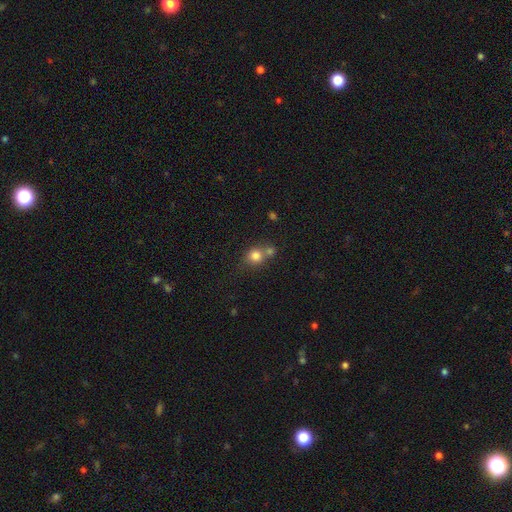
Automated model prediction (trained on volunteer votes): This appears to be a smooth galaxy with no disk features (80%) that is round (79%). Merging: none (46%).